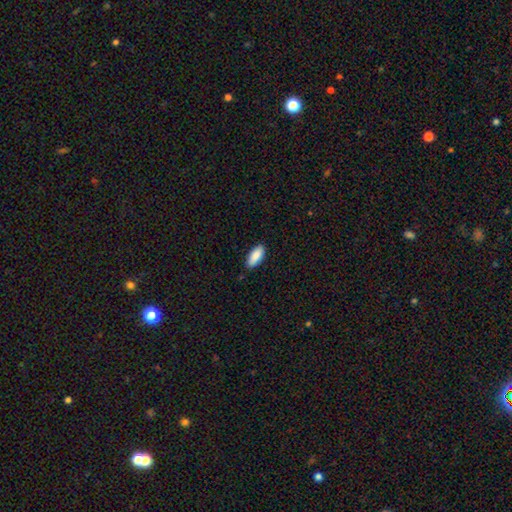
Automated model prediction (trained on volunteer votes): smooth-or-featured: smooth: 89% | star or artifact: 6% | featured or disk: 5%
  how-rounded: in between: 84% | cigar-shaped: 14% | round: 2%
  merging: none: 87% | minor disturbance: 10% | major disturbance: 2% | merger: 1%